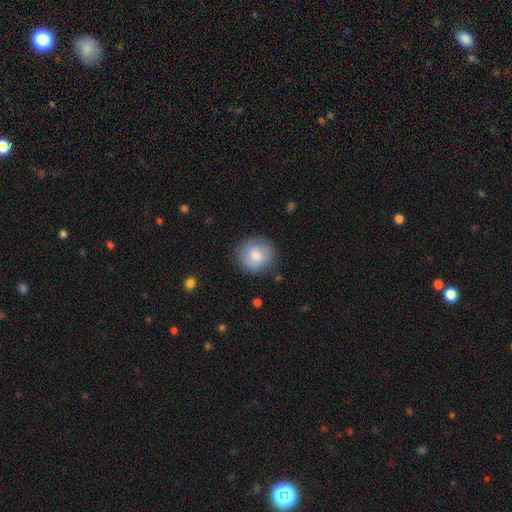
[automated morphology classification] The model was most divided on "smooth or featured": smooth: 75%, featured or disk: 19%, star or artifact: 7%. More confident: how rounded — round (86%); merging — none (82%).